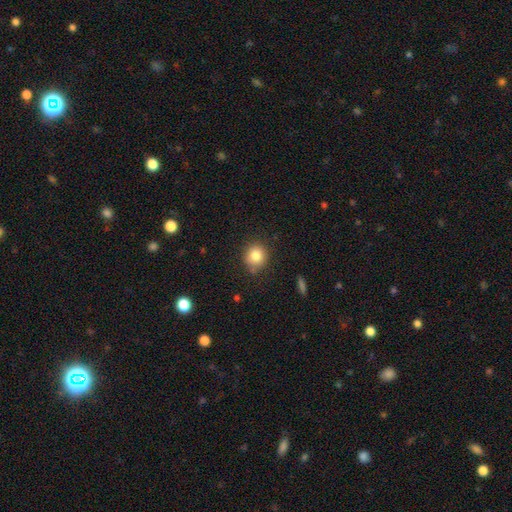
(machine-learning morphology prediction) This appears to be a smooth galaxy with no disk features (82%) that is round (87%). Merging: none (81%).